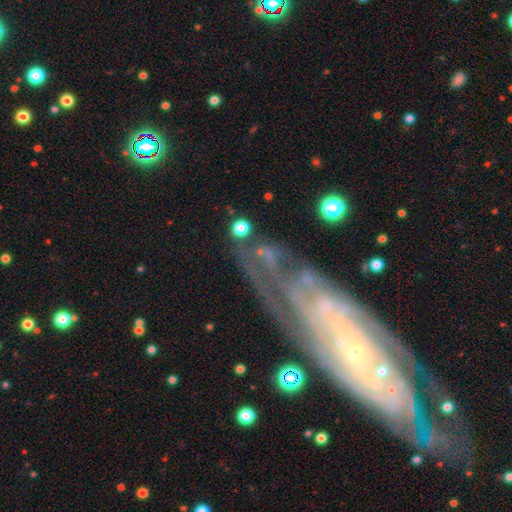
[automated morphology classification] featured or disk 71%, smooth 15%, star or artifact 14%. Down the decision tree: edge-on disk — no (87%); bar — no (61%); spiral arms — yes (82%); spiral arm count — can't tell (39%); spiral winding — tight (55%); bulge size — small (57%); merging — none (61%).